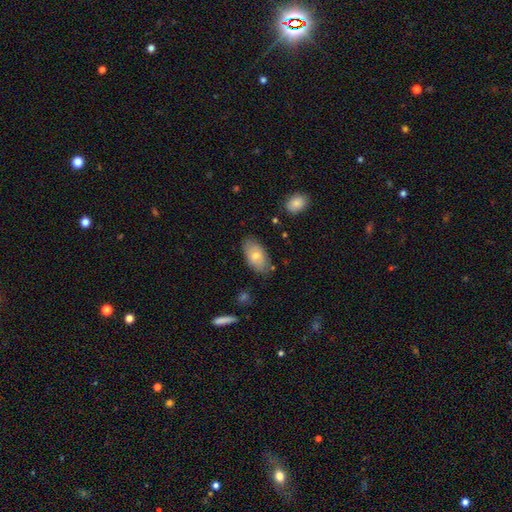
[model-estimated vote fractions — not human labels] A smooth galaxy with no disk features (69%) that is in between round and cigar-shaped (94%). Merging: none (79%).